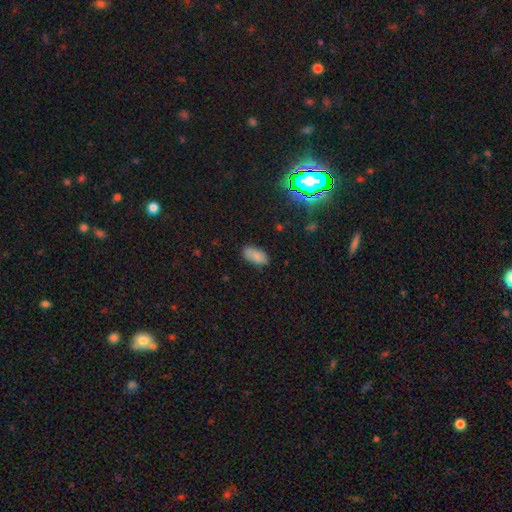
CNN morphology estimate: Q: Smooth or featured?
A: smooth (82%); runner-up: star or artifact (10%)
Q: How rounded?
A: in between (92%); runner-up: cigar-shaped (5%)
Q: Merging?
A: none (78%); runner-up: minor disturbance (16%)